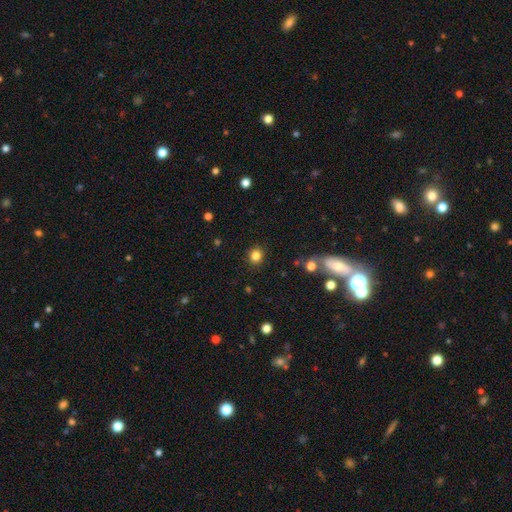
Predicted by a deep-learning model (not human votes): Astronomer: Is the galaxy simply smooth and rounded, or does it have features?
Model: smooth — 83%.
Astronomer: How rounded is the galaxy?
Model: round — 87%.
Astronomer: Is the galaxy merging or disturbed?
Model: none — 89%.